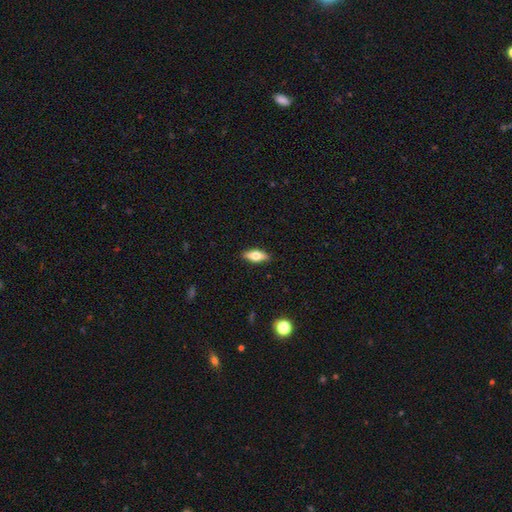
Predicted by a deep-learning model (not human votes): smooth 58%, featured or disk 36%, star or artifact 7%. Down the decision tree: how rounded — in between (66%); merging — none (89%).